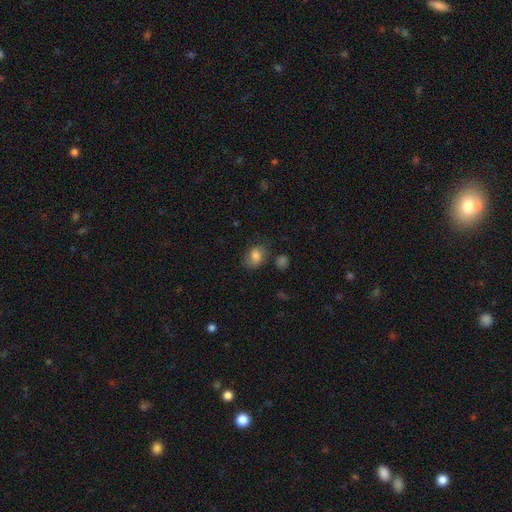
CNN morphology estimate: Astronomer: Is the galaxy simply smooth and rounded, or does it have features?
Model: smooth — 78%.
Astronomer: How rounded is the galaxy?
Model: in between — 65%.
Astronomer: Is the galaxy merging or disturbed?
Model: none — 62%.